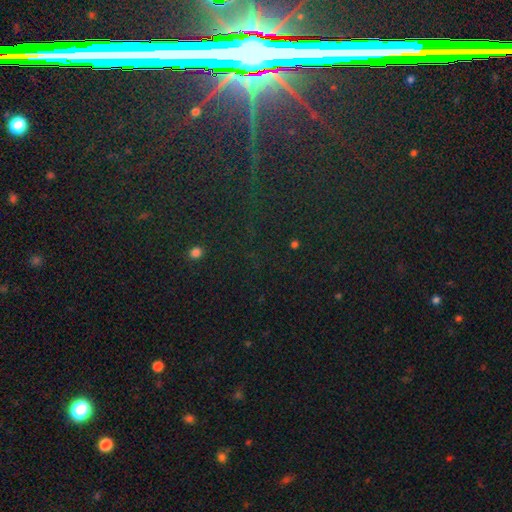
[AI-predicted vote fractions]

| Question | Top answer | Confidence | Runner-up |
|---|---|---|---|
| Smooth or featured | star or artifact | 80% | featured or disk (11%) |